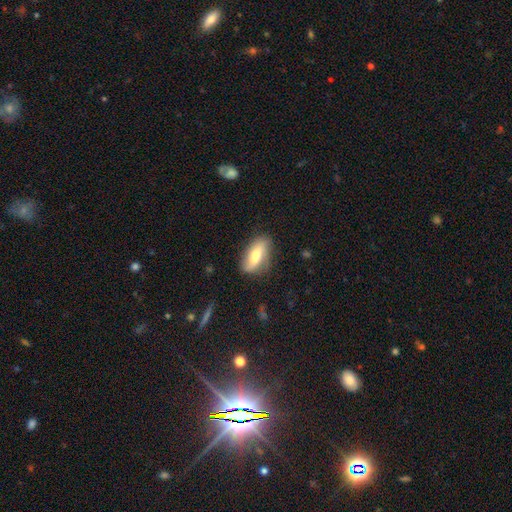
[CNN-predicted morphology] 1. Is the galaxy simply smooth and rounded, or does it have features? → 59% smooth, 34% featured or disk, 7% star or artifact.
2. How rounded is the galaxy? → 77% in between, 19% cigar-shaped, 4% round.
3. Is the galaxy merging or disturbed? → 73% none, 19% minor disturbance, 5% major disturbance, 3% merger.